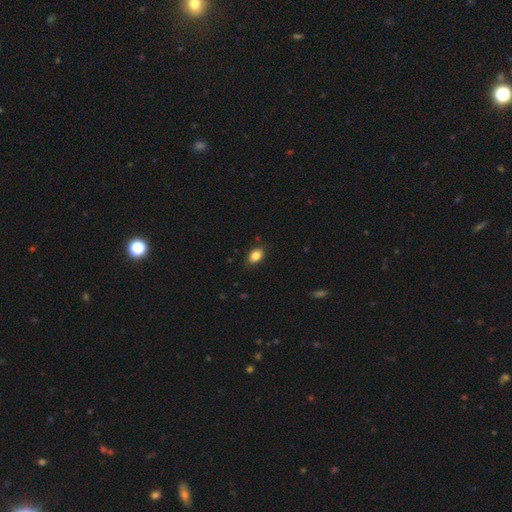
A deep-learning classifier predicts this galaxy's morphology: smooth 85%, star or artifact 9%, featured or disk 6%. Down the decision tree: how rounded — in between (82%); merging — none (81%).